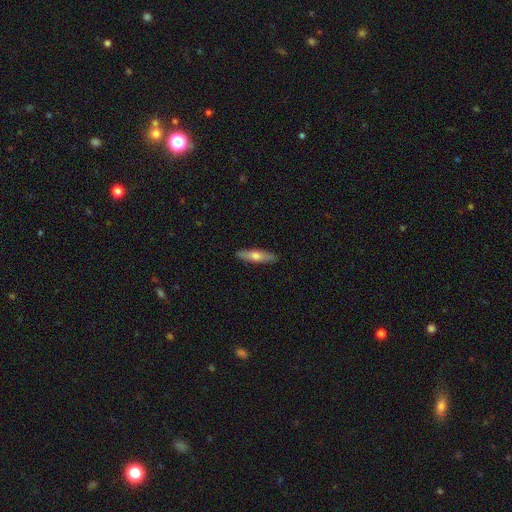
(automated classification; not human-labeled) A smooth galaxy with no disk features (55%) that is cigar-shaped (78%).

Vote fractions:
- Smooth or featured? smooth: 55% / featured or disk: 39% / star or artifact: 6%
- How rounded? cigar-shaped: 78% / in between: 20% / round: 2%
- Merging? none: 89% / minor disturbance: 8% / major disturbance: 2% / merger: 1%